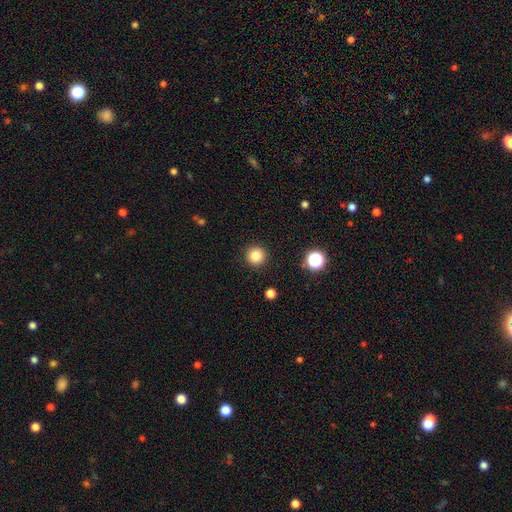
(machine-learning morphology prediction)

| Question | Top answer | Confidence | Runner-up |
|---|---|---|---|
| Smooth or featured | smooth | 84% | star or artifact (12%) |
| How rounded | round | 96% | in between (3%) |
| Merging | none | 92% | minor disturbance (5%) |